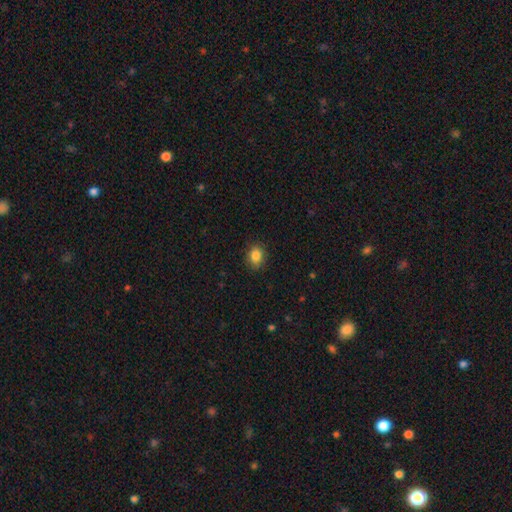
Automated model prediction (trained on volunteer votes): Smooth or featured: smooth — 85% (star or artifact — 9%)
How rounded: in between — 53% (round — 46%)
Merging: none — 86% (minor disturbance — 11%)